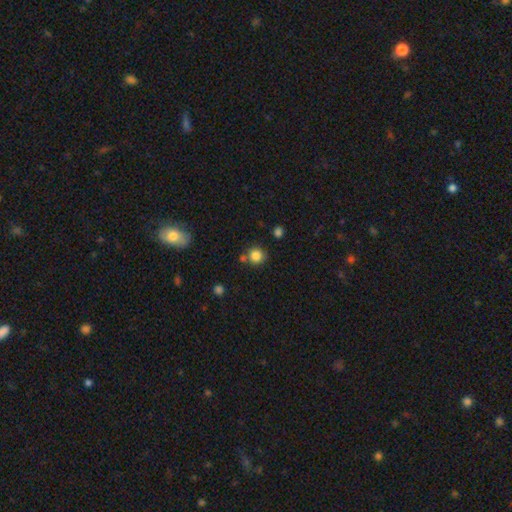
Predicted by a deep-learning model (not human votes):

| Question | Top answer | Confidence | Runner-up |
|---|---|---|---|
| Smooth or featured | smooth | 83% | star or artifact (11%) |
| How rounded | round | 92% | in between (8%) |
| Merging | none | 74% | merger (13%) |